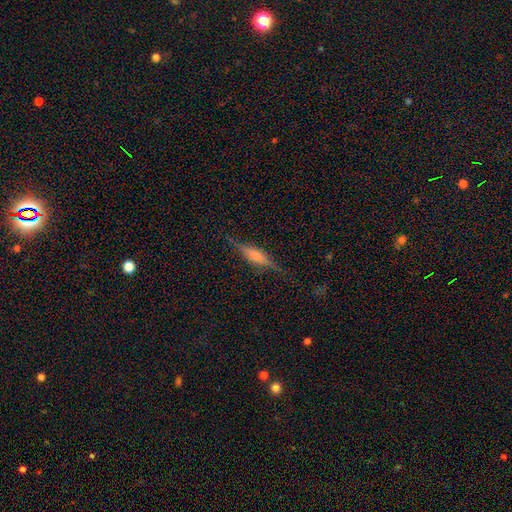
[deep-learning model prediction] smooth_or_featured: featured or disk (p=0.67) [alt: smooth p=0.24]
disk_edge_on: yes (p=0.96) [alt: no p=0.04]
edge_on_bulge: rounded (p=0.61) [alt: boxy p=0.31]
merging: none (p=0.84) [alt: minor disturbance p=0.11]